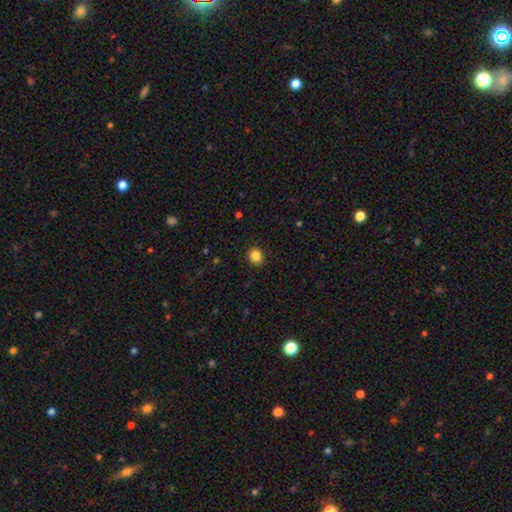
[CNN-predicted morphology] smooth-or-featured: smooth: 85% | star or artifact: 11% | featured or disk: 5%
  how-rounded: round: 73% | in between: 26% | cigar-shaped: 1%
  merging: none: 91% | minor disturbance: 7% | major disturbance: 2% | merger: 1%